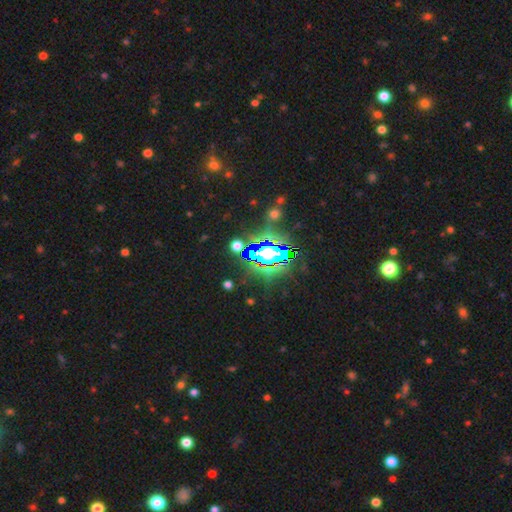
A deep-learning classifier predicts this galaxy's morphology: The model was most divided on "smooth or featured": star or artifact: 75%, smooth: 14%, featured or disk: 11%.